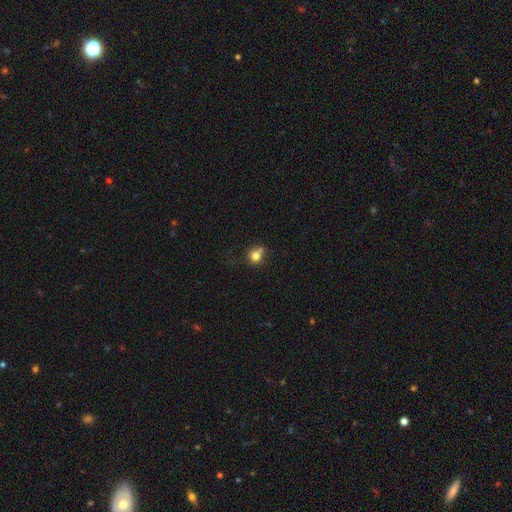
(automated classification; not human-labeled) This appears to be a smooth galaxy with no disk features (76%) that is round (71%). Merging: none (47%).